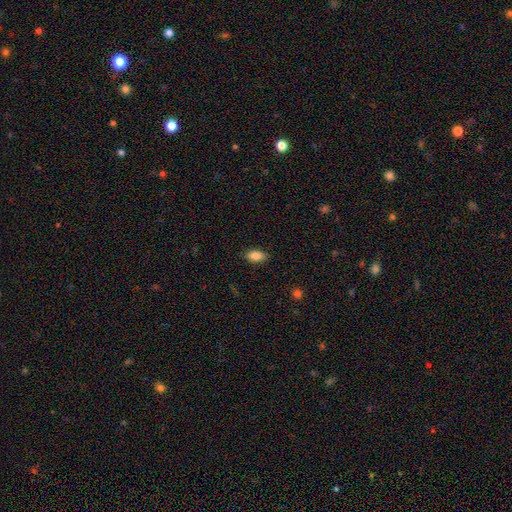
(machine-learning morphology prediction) This is clearly a smooth galaxy (84%). How rounded: clearly in between (91%). Merging: clearly none (87%).